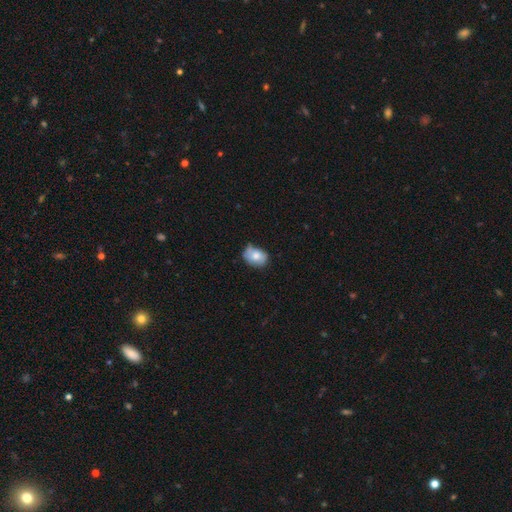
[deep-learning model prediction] A smooth galaxy with no disk features (74%) that is in between round and cigar-shaped (68%).

Vote fractions:
- Smooth or featured? smooth: 74% / featured or disk: 18% / star or artifact: 8%
- How rounded? in between: 68% / round: 31% / cigar-shaped: 1%
- Merging? none: 53% / minor disturbance: 37% / major disturbance: 8% / merger: 3%